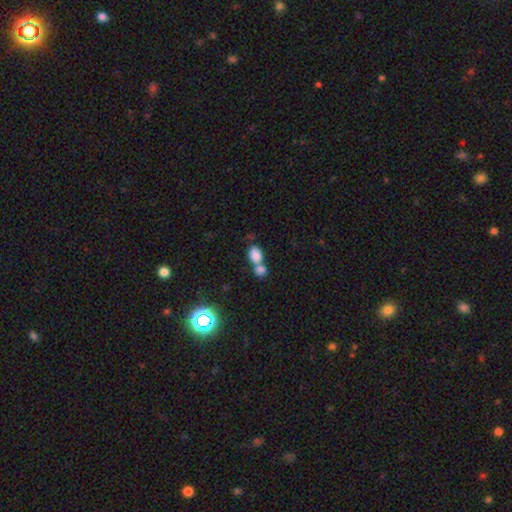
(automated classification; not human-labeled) Smooth or featured?
  - smooth: 80% *
  - star or artifact: 11%
  - featured or disk: 9%
How rounded?
  - in between: 79% *
  - round: 19%
  - cigar-shaped: 2%
Merging?
  - merger: 62% *
  - none: 27%
  - minor disturbance: 7%
  - major disturbance: 4%